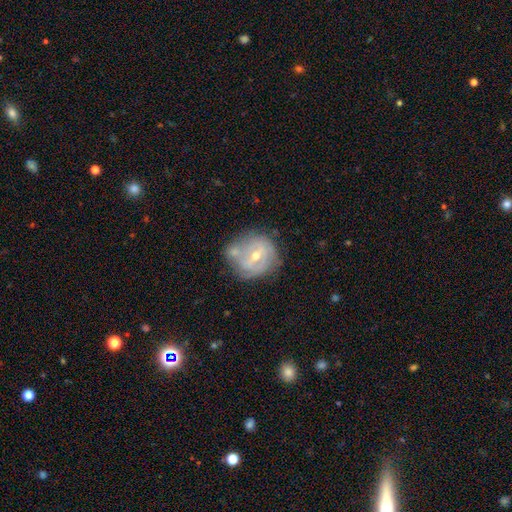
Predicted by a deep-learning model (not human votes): Q: Smooth or featured?
A: featured or disk (68%); runner-up: smooth (23%)
Q: Edge-on disk?
A: no (96%); runner-up: yes (4%)
Q: Bar?
A: weak (49%); runner-up: no (34%)
Q: Spiral arms?
A: yes (73%); runner-up: no (27%)
Q: Bulge size?
A: moderate (51%); runner-up: small (46%)
Q: Merging?
A: none (53%); runner-up: merger (20%)